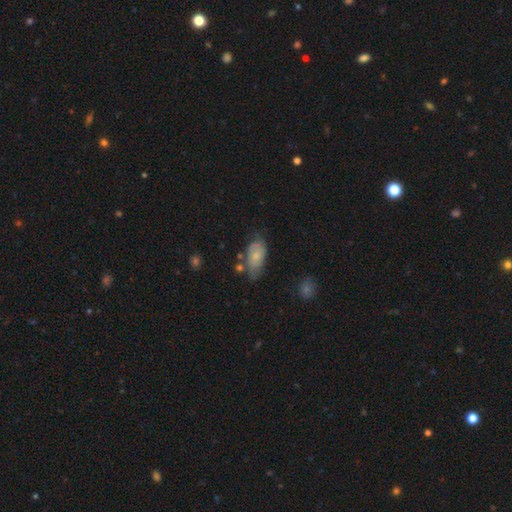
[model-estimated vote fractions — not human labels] A smooth galaxy with no disk features (54%) that is in between round and cigar-shaped (90%).

Vote fractions:
- Smooth or featured? smooth: 54% / featured or disk: 38% / star or artifact: 8%
- How rounded? in between: 90% / round: 5% / cigar-shaped: 4%
- Merging? none: 49% / minor disturbance: 32% / major disturbance: 12% / merger: 7%